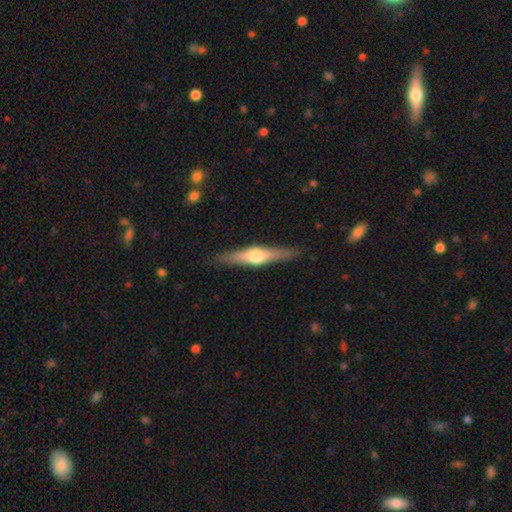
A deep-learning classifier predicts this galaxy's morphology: featured or disk 66%, smooth 29%, star or artifact 5%. Down the decision tree: edge-on disk — yes (96%); edge-on bulge — rounded (92%); merging — none (88%).